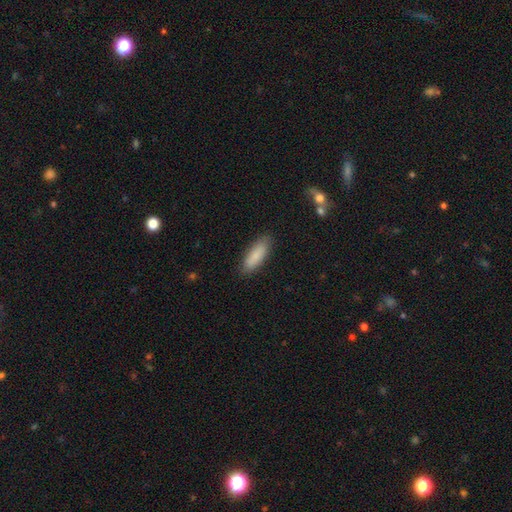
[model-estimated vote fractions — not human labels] smooth-or-featured: smooth: 86% | featured or disk: 8% | star or artifact: 6%
  how-rounded: in between: 60% | cigar-shaped: 39% | round: 2%
  merging: none: 86% | minor disturbance: 11% | major disturbance: 2% | merger: 1%